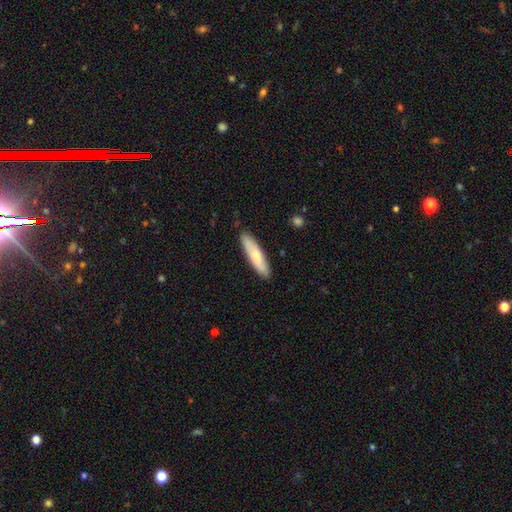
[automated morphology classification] smooth 67%, featured or disk 27%, star or artifact 5%. Down the decision tree: how rounded — cigar-shaped (77%); merging — none (89%).